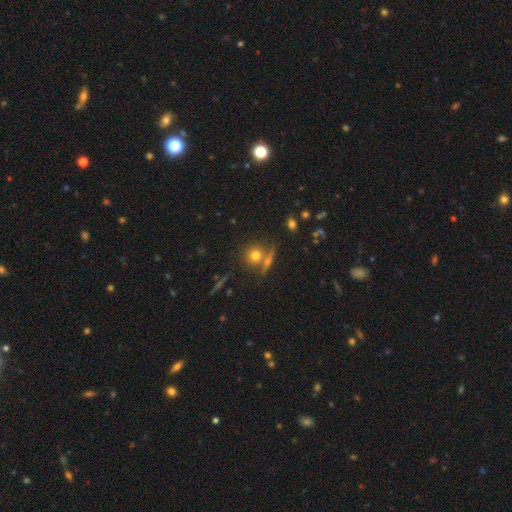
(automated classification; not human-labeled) Smooth or featured? smooth (72%)
How rounded? round (85%)
Merging? none (64%)